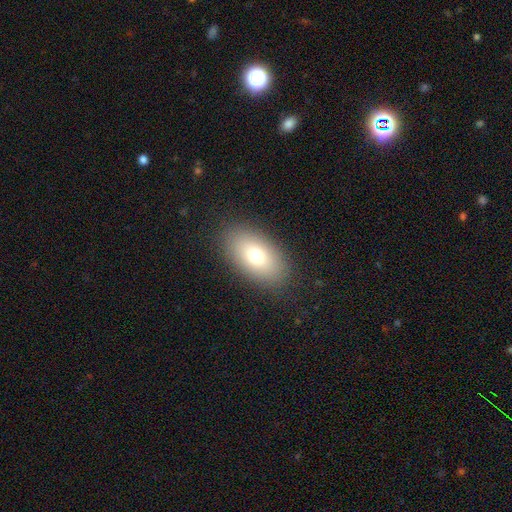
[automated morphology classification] smooth 75%, featured or disk 15%, star or artifact 9%. Down the decision tree: how rounded — in between (92%); merging — none (87%).